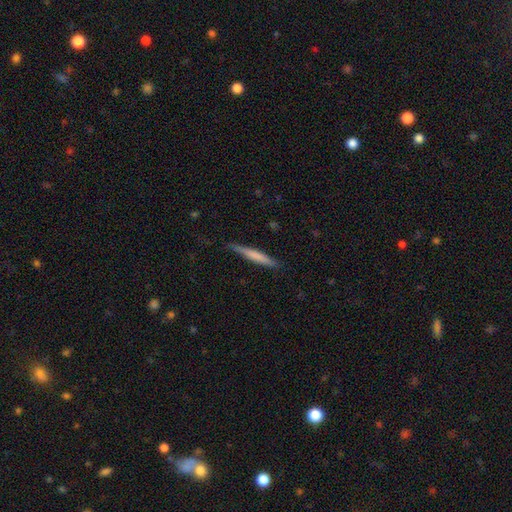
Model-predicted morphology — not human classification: smooth 63%, featured or disk 32%, star or artifact 5%. Down the decision tree: how rounded — cigar-shaped (95%); merging — none (82%).